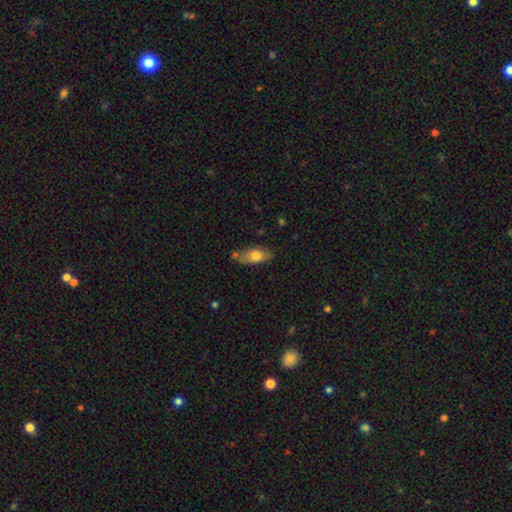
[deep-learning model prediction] Smooth or featured: smooth — 70% (featured or disk — 24%)
How rounded: in between — 82% (cigar-shaped — 14%)
Merging: none — 66% (minor disturbance — 22%)